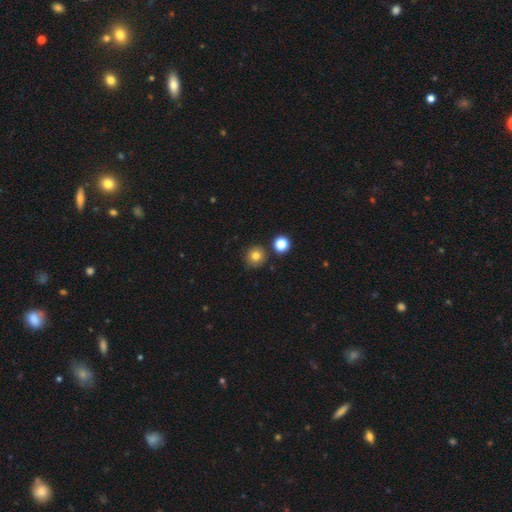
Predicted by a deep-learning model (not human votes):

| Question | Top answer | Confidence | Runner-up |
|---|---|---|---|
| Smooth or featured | smooth | 79% | star or artifact (13%) |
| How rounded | round | 93% | in between (6%) |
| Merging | none | 85% | minor disturbance (8%) |